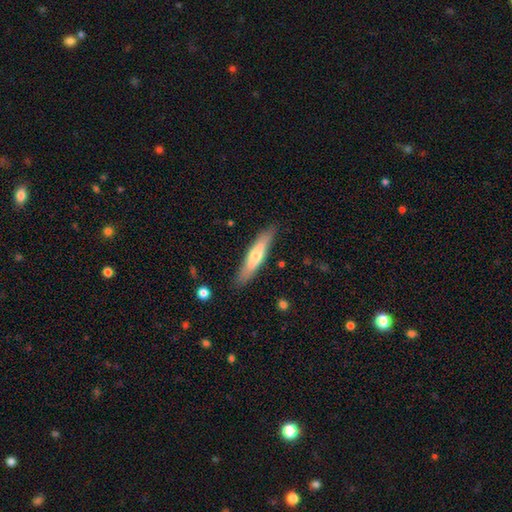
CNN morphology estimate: smooth-or-featured: smooth: 54% | featured or disk: 40% | star or artifact: 6%
  how-rounded: cigar-shaped: 84% | in between: 14% | round: 1%
  merging: none: 86% | minor disturbance: 10% | major disturbance: 2% | merger: 1%